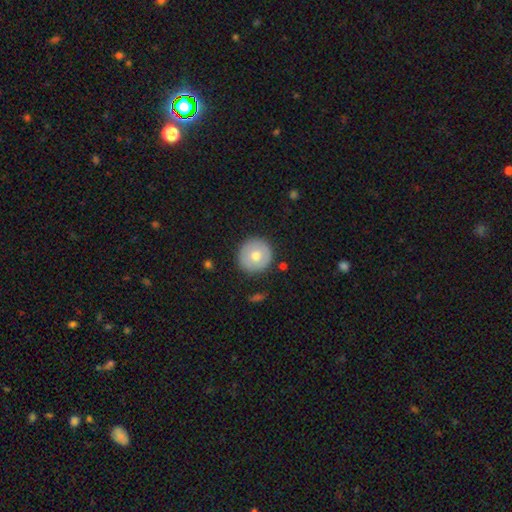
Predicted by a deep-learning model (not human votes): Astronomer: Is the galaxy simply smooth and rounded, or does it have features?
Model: smooth — 68%.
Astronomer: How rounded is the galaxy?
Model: round — 95%.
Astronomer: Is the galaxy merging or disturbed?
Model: none — 90%.